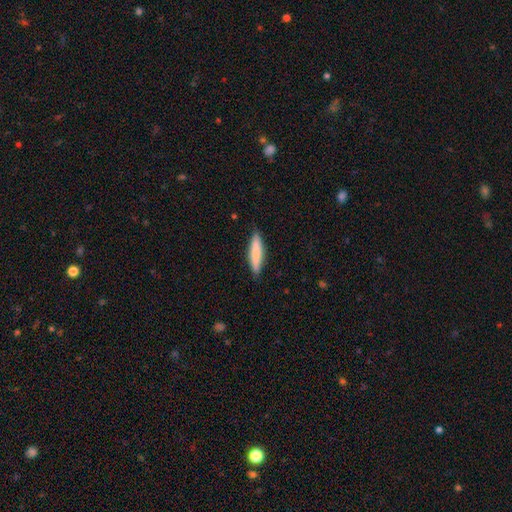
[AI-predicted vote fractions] This appears to be a smooth galaxy with no disk features (78%) that is cigar-shaped (87%). Merging: none (88%).